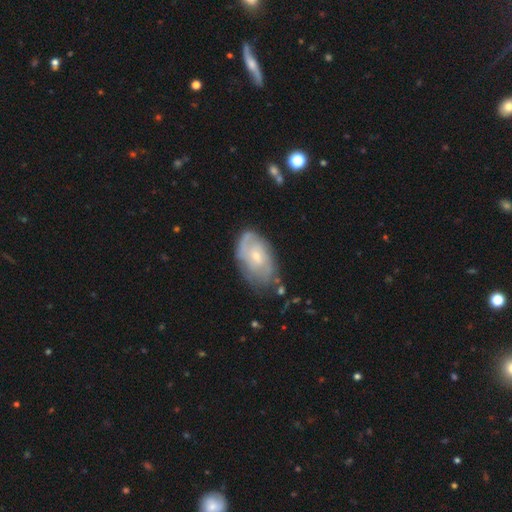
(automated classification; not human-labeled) The model was most divided on "spiral arm count": can't tell: 48%, 2: 30%, 3: 9%, 1: 6%, 4: 4%, more than 4: 3%. More confident: edge-on disk — no (95%); spiral arms — yes (82%); bar — no (72%); smooth or featured — featured or disk (68%); merging — none (65%); bulge size — small (63%); spiral winding — tight (56%).